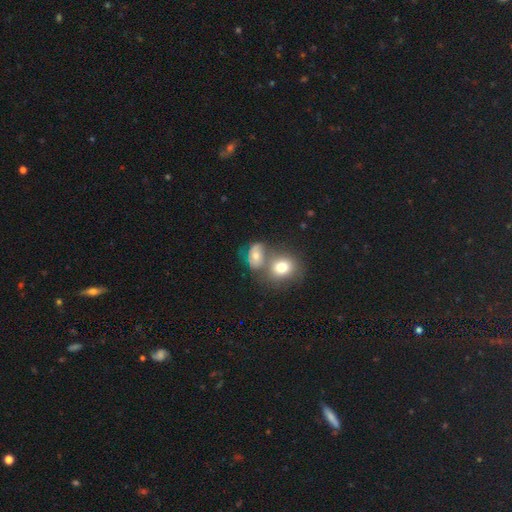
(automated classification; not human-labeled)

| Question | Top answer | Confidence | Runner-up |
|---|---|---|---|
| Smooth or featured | smooth | 56% | featured or disk (32%) |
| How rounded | in between | 58% | round (41%) |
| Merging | merger | 42% | none (37%) |